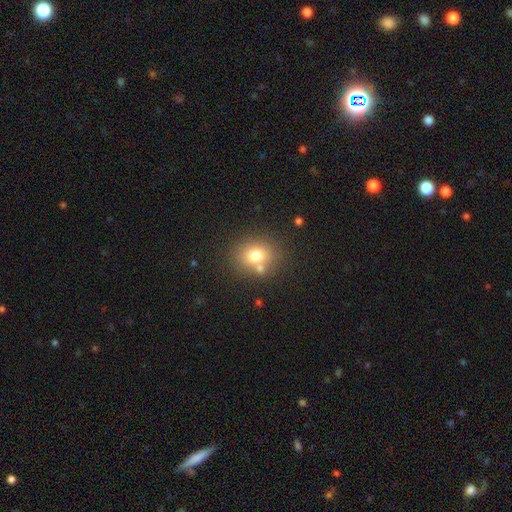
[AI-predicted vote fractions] Overall: smooth (73%). How rounded: round (67%; in between 32%). Merging: none (68%).